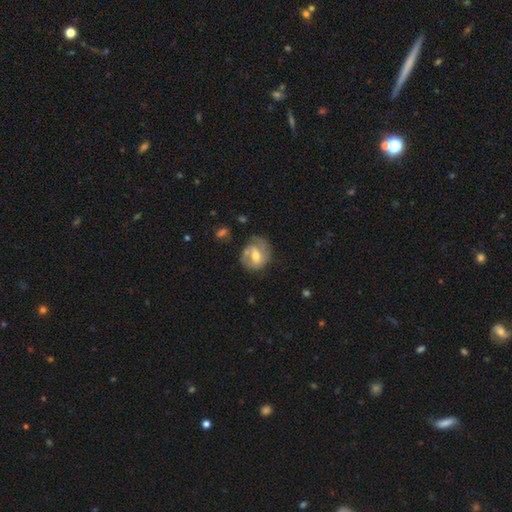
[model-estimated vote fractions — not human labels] Smooth or featured: featured or disk — 65% (smooth — 29%)
Edge-on disk: no — 97% (yes — 3%)
Bar: weak — 51% (no — 29%)
Spiral arms: yes — 82% (no — 18%)
Spiral winding: medium — 43% (tight — 35%)
Spiral arm count: 2 — 57% (1 — 19%)
Bulge size: moderate — 66% (small — 25%)
Merging: none — 56% (minor disturbance — 26%)